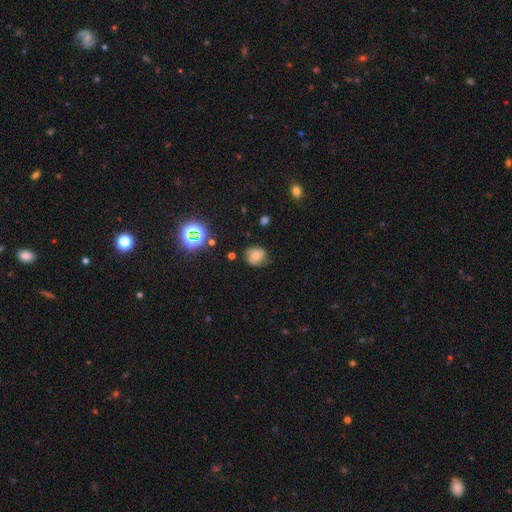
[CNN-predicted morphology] Overall: smooth (62%; featured or disk 22%). How rounded: round (70%). Merging: none (67%).